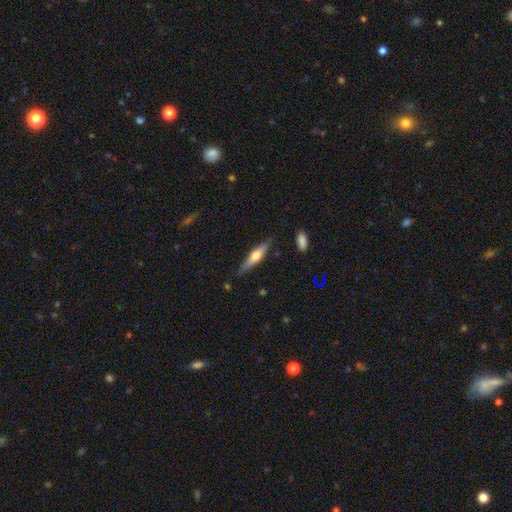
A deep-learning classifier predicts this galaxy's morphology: Smooth or featured?
  - smooth: 52% *
  - featured or disk: 41%
  - star or artifact: 6%
How rounded?
  - cigar-shaped: 75% *
  - in between: 24%
  - round: 2%
Merging?
  - none: 79% *
  - minor disturbance: 16%
  - major disturbance: 3%
  - merger: 2%